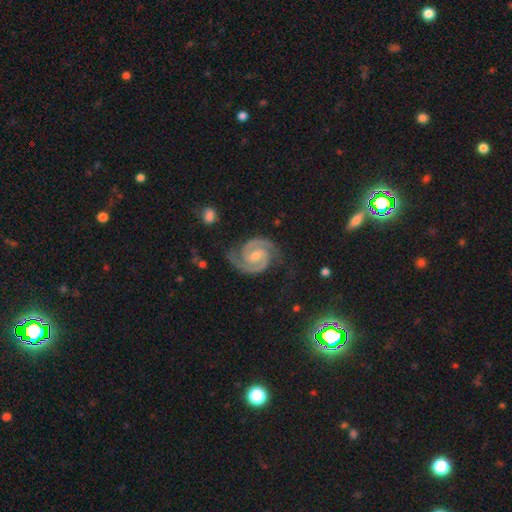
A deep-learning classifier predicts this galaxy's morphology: smooth-or-featured: featured or disk: 92% | star or artifact: 5% | smooth: 3%
  disk-edge-on: no: 98% | yes: 2%
    bar: weak: 44% | no: 37% | strong: 19%
    has-spiral-arms: yes: 99% | no: 1%
      spiral-winding: tight: 58% | medium: 38% | loose: 4%
      spiral-arm-count: 2: 94% | 3: 2% | can't tell: 2% | 1: 1% | 4: 1% | more than 4: 1%
    bulge-size: small: 49% | moderate: 45% | none: 4% | large: 2% | dominant: 1%
  merging: none: 80% | minor disturbance: 15% | major disturbance: 4% | merger: 1%